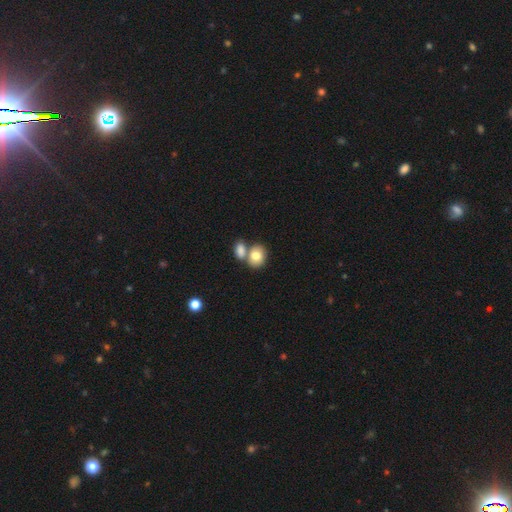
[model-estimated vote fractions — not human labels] This is clearly a smooth galaxy (80%). How rounded: possibly in between (54%). Merging: possibly merger (49%).